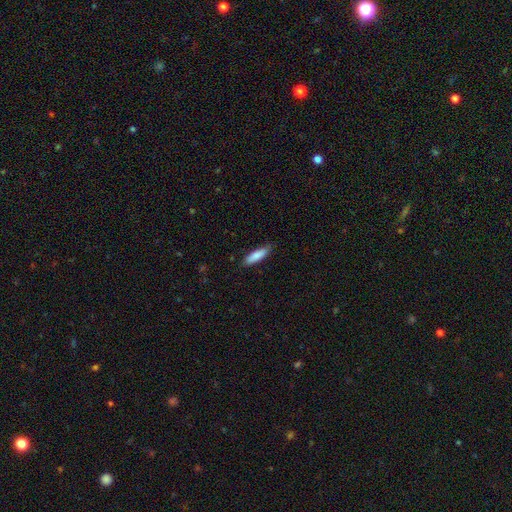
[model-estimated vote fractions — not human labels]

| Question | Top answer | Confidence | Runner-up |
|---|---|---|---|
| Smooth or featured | smooth | 84% | featured or disk (11%) |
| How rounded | cigar-shaped | 64% | in between (35%) |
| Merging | none | 82% | minor disturbance (14%) |